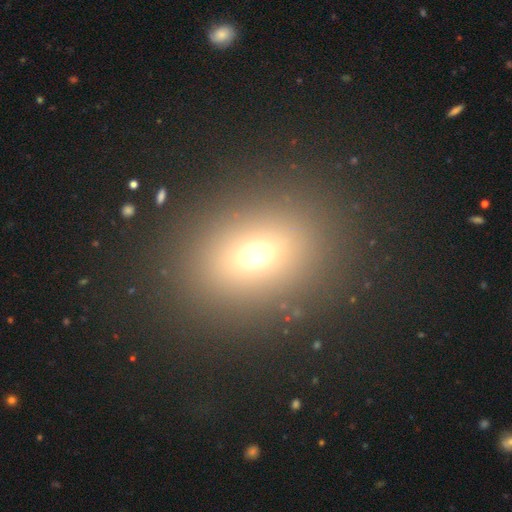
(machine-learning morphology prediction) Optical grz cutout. It shows a smooth galaxy with no disk features (65%) that is in between round and cigar-shaped (54%). Merging: none (88%).